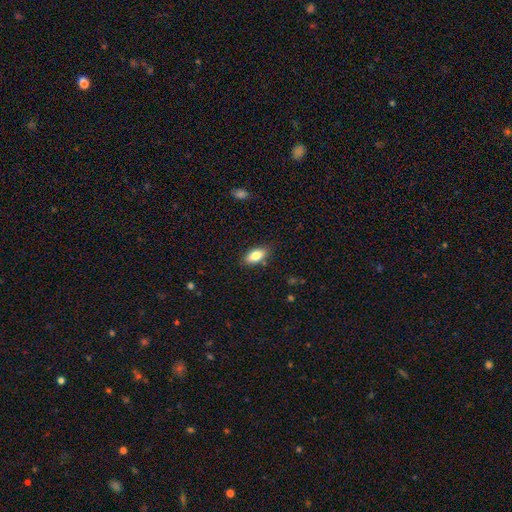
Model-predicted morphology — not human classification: Smooth or featured: smooth — 83% (featured or disk — 10%)
How rounded: in between — 89% (cigar-shaped — 7%)
Merging: none — 84% (minor disturbance — 11%)